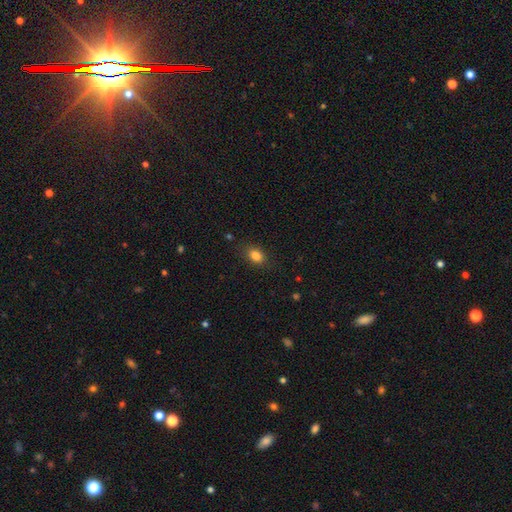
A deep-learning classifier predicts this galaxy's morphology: Smooth or featured?
  - smooth: 84% *
  - star or artifact: 10%
  - featured or disk: 6%
How rounded?
  - in between: 74% *
  - round: 24%
  - cigar-shaped: 2%
Merging?
  - none: 83% *
  - minor disturbance: 12%
  - major disturbance: 3%
  - merger: 1%